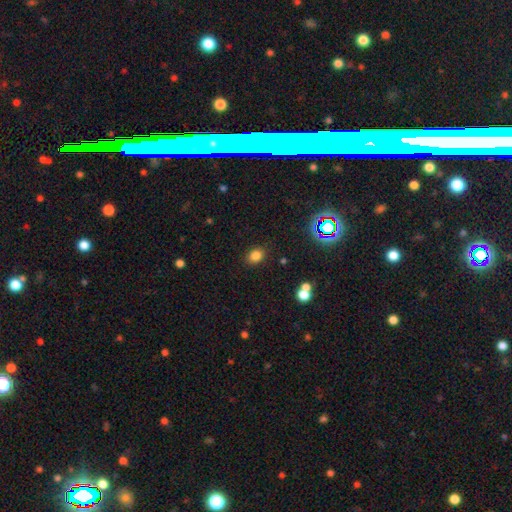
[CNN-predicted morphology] The model was most divided on "how rounded": in between: 61%, round: 38%, cigar-shaped: 1%. More confident: merging — none (86%); smooth or featured — smooth (81%).